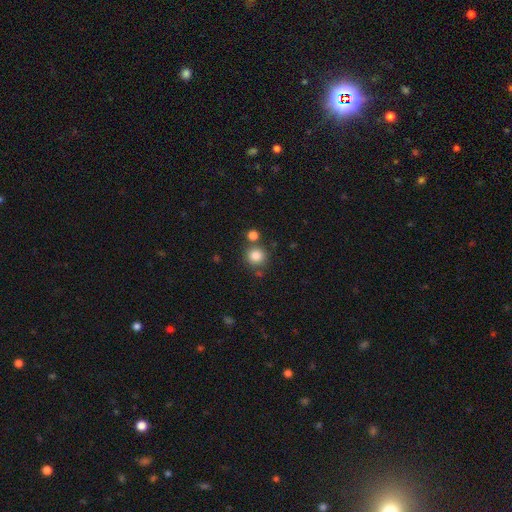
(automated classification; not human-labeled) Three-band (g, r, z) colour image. It shows a smooth galaxy with no disk features (83%) that is round (91%). Merging: none (75%).